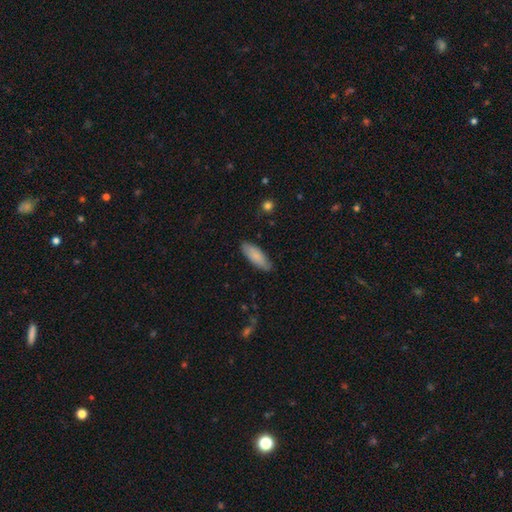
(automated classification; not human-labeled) A smooth galaxy with no disk features (83%) that is in between round and cigar-shaped (64%). Merging: none (83%).